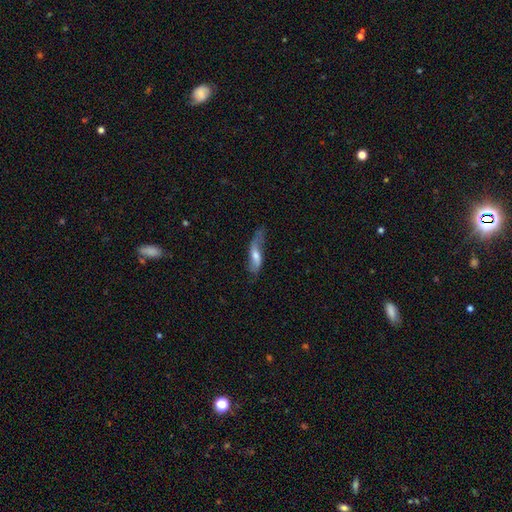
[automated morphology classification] The model was most divided on "merging": none: 50%, minor disturbance: 29%, major disturbance: 18%, merger: 3%. More confident: edge-on disk — no (70%); smooth or featured — featured or disk (58%).